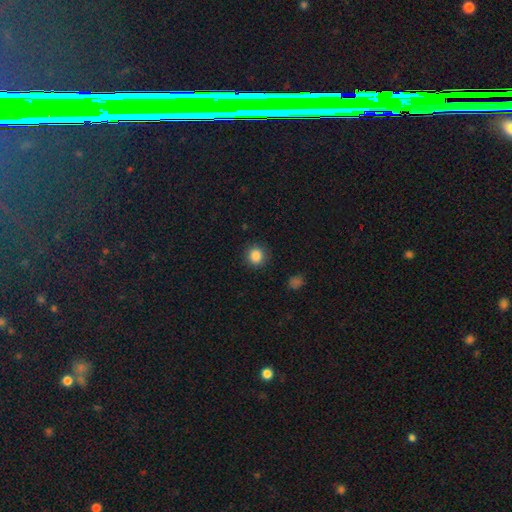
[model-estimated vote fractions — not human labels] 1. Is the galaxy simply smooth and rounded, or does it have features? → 86% smooth, 10% star or artifact, 3% featured or disk.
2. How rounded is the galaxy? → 87% round, 13% in between, 1% cigar-shaped.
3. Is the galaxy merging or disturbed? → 88% none, 8% minor disturbance, 3% major disturbance, 1% merger.